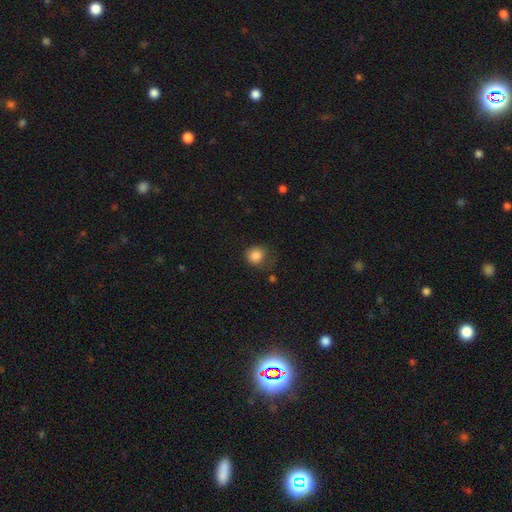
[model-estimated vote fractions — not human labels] This is clearly a smooth galaxy (85%). How rounded: clearly round (83%). Merging: likely none (68%).